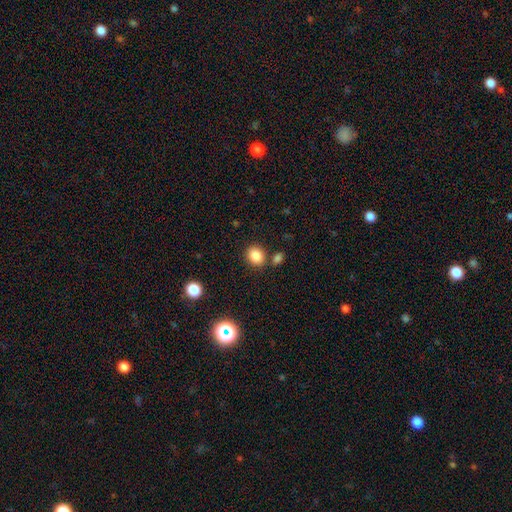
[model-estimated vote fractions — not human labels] Smooth or featured? Predicted: smooth (p=0.85). How rounded? Predicted: round (p=0.57). Merging? Predicted: none (p=0.77).